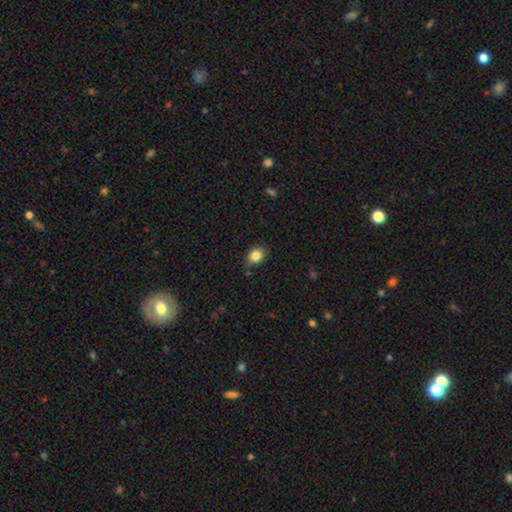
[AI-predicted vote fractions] smooth 84%, star or artifact 10%, featured or disk 6%. Down the decision tree: how rounded — round (52%); merging — none (79%).